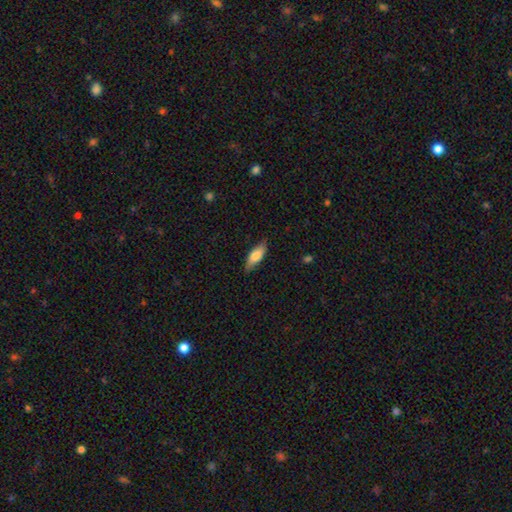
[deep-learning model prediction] The model was most divided on "how rounded": in between: 67%, cigar-shaped: 30%, round: 2%. More confident: merging — none (80%); smooth or featured — smooth (77%).